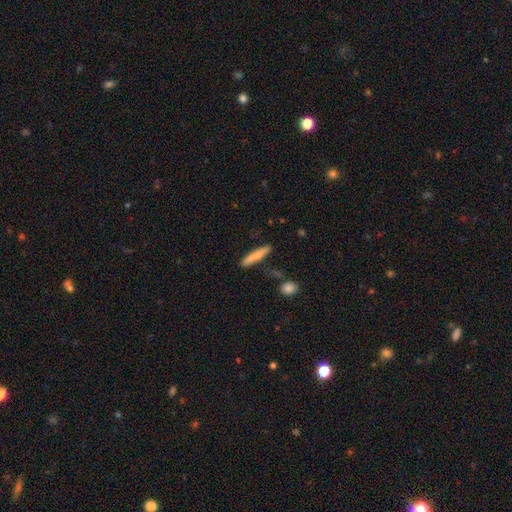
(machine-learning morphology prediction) type=smooth (73%); roundness=cigar-shaped (89%); merging=none (83%).